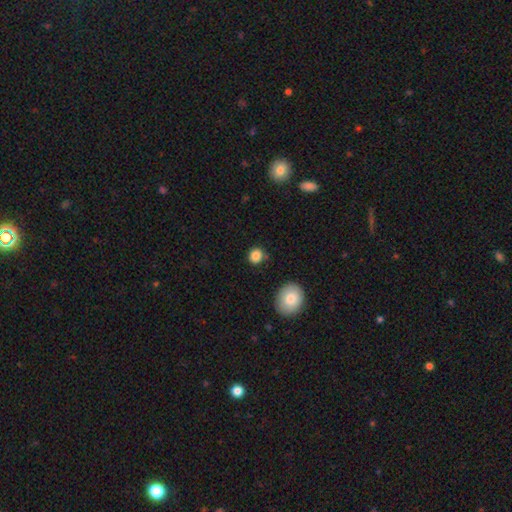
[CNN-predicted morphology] A smooth galaxy with no disk features (86%) that is round (85%).

Vote fractions:
- Smooth or featured? smooth: 86% / star or artifact: 10% / featured or disk: 4%
- How rounded? round: 85% / in between: 14% / cigar-shaped: 1%
- Merging? none: 79% / minor disturbance: 14% / major disturbance: 4% / merger: 3%